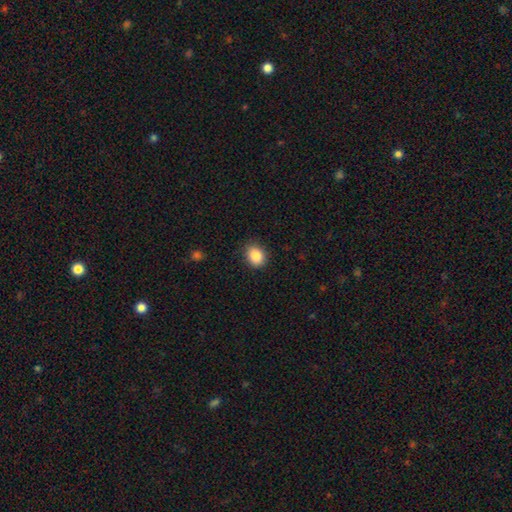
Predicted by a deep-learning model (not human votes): Overall: smooth (87%). How rounded: round (52%; in between 47%). Merging: none (85%).